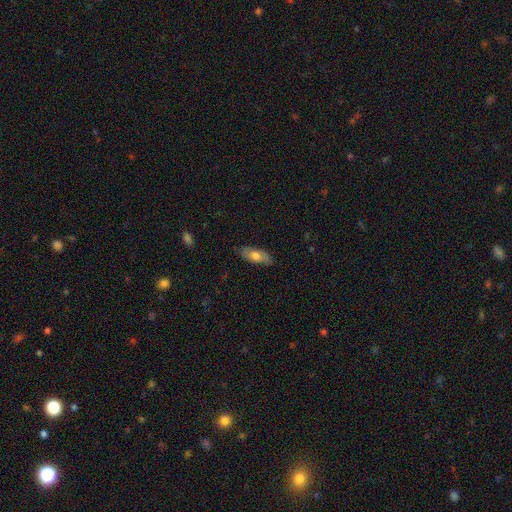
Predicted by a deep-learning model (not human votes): Overall: smooth (65%; featured or disk 29%). How rounded: in between (81%). Merging: none (81%).